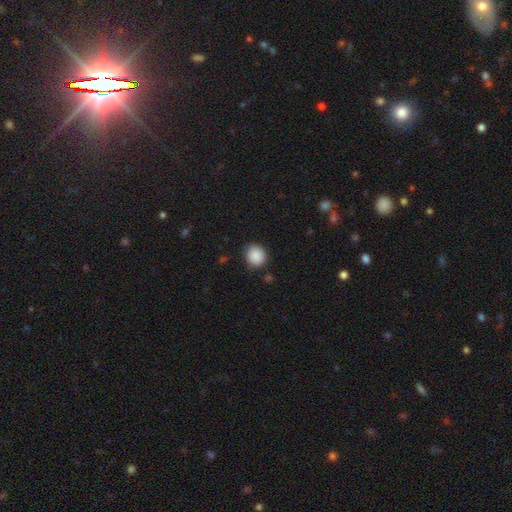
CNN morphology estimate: type=smooth (89%); roundness=round (81%); merging=none (83%).